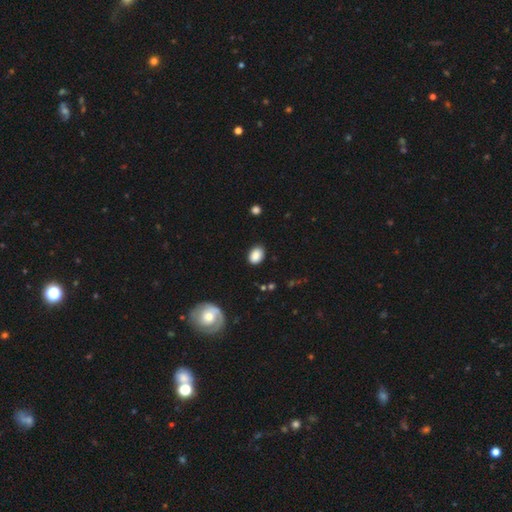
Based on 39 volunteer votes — Smooth or featured?
  - smooth: 90% *
  - featured or disk: 8%
  - star or artifact: 3%
How rounded?
  - in between: 69% *
  - round: 31%
  - cigar-shaped: 0%
Merging?
  - none: 76% *
  - minor disturbance: 18%
  - major disturbance: 5%
  - merger: 0%